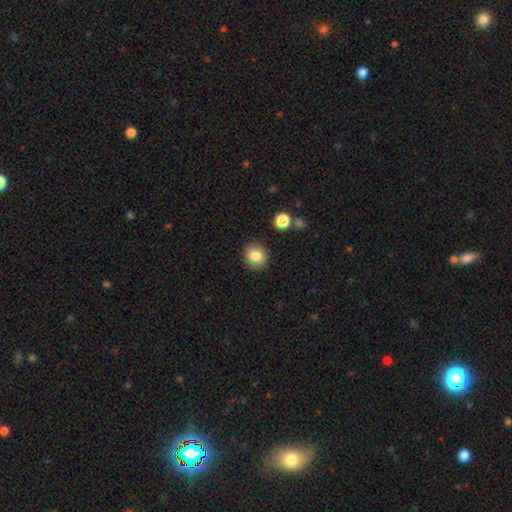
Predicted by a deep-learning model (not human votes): The model was most divided on "how rounded": round: 76%, in between: 23%, cigar-shaped: 1%. More confident: merging — none (88%); smooth or featured — smooth (83%).